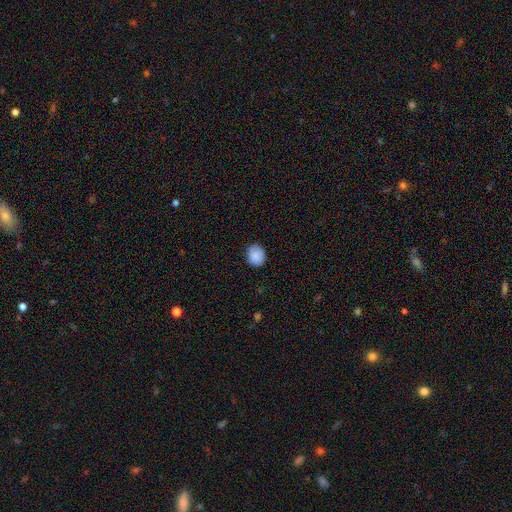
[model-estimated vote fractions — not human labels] A smooth galaxy with no disk features (85%) that is round (65%).

Vote fractions:
- Smooth or featured? smooth: 85% / star or artifact: 8% / featured or disk: 7%
- How rounded? round: 65% / in between: 34% / cigar-shaped: 1%
- Merging? none: 81% / minor disturbance: 16% / major disturbance: 3% / merger: 1%